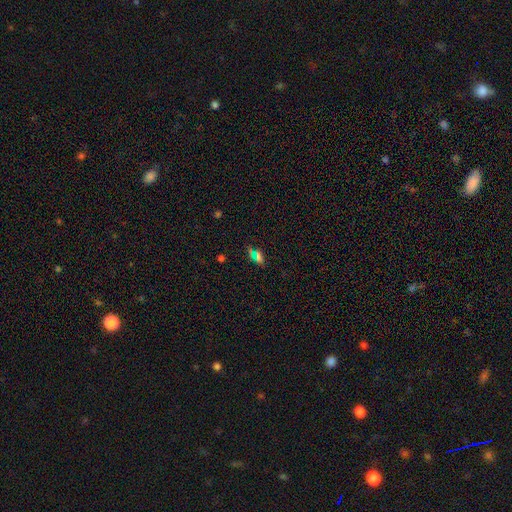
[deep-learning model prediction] smooth 50%, star or artifact 37%, featured or disk 14%. Down the decision tree: merging — none (64%).